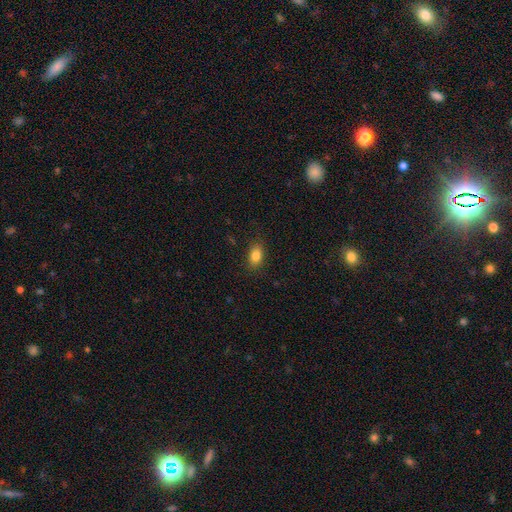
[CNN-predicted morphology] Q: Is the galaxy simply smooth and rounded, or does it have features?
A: smooth — 84%.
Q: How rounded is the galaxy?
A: in between — 83%.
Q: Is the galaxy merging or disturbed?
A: none — 86%.